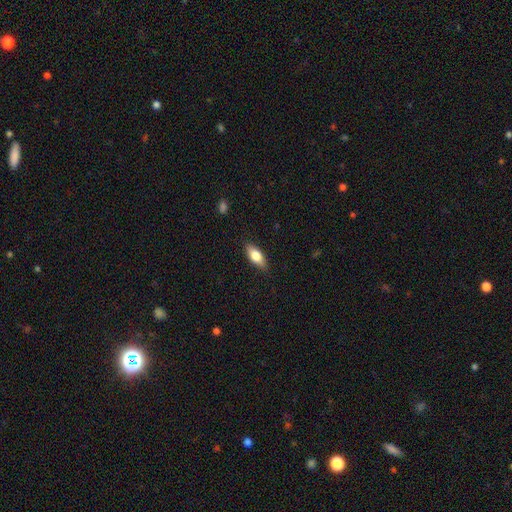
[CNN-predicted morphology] This appears to be a smooth galaxy with no disk features (74%) that is in between round and cigar-shaped (80%). Merging: none (85%).